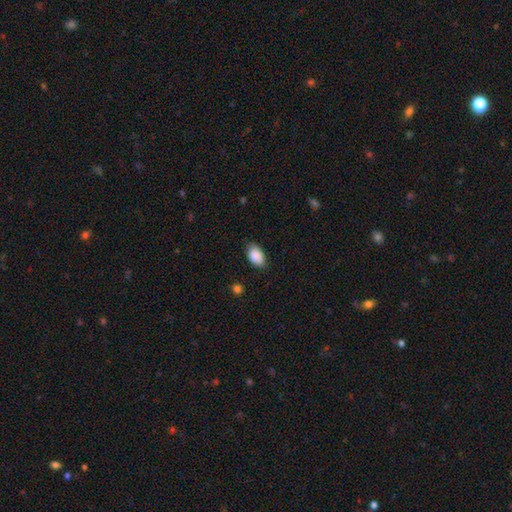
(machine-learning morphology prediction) type=smooth (89%); roundness=in between (91%); merging=none (79%).